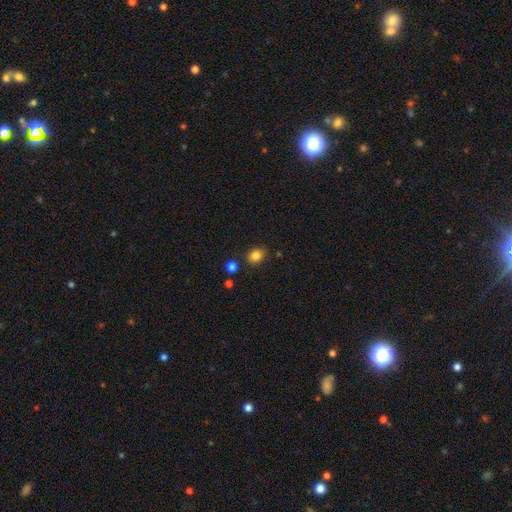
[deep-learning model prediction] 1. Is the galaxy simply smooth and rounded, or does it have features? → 83% smooth, 12% star or artifact, 5% featured or disk.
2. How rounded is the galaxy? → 68% round, 31% in between, 1% cigar-shaped.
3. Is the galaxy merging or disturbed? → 83% none, 11% minor disturbance, 4% merger, 3% major disturbance.